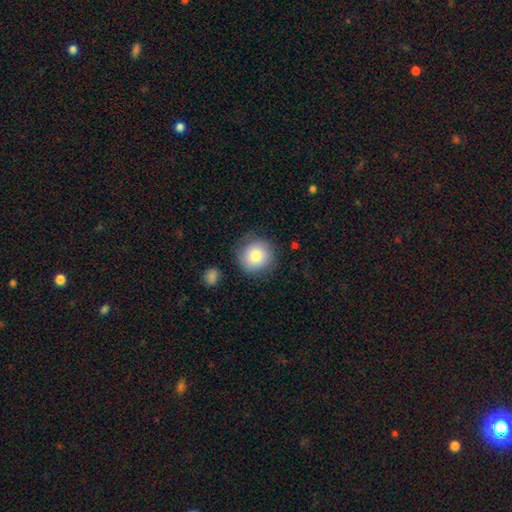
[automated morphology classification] Smooth or featured?
  - smooth: 81% *
  - featured or disk: 12%
  - star or artifact: 8%
How rounded?
  - round: 92% *
  - in between: 8%
  - cigar-shaped: 1%
Merging?
  - none: 80% *
  - minor disturbance: 13%
  - major disturbance: 4%
  - merger: 2%